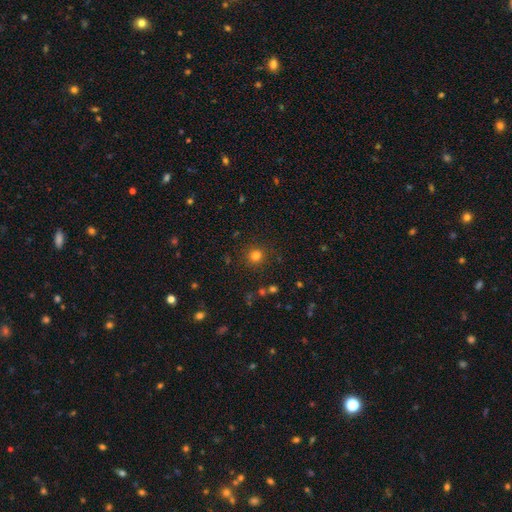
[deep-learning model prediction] A smooth galaxy with no disk features (78%) that is round (93%). Merging: none (88%).